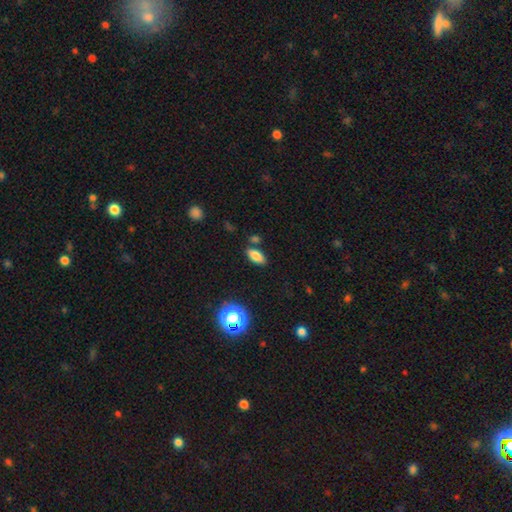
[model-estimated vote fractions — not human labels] A smooth galaxy with no disk features (81%) that is in between round and cigar-shaped (86%).

Vote fractions:
- Smooth or featured? smooth: 81% / star or artifact: 12% / featured or disk: 7%
- How rounded? in between: 86% / cigar-shaped: 9% / round: 4%
- Merging? none: 80% / minor disturbance: 11% / merger: 7% / major disturbance: 3%